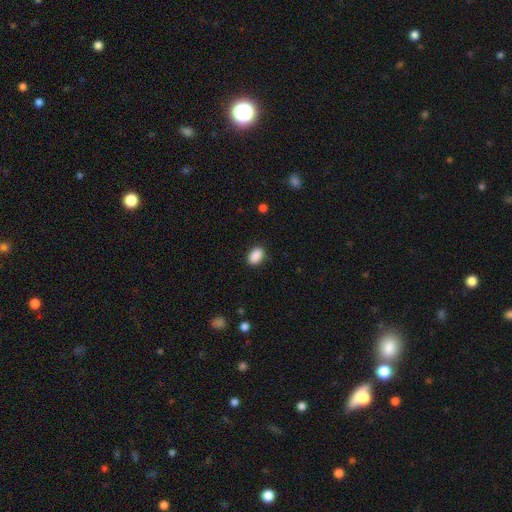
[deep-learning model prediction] Q: Smooth or featured?
A: smooth (90%); runner-up: star or artifact (8%)
Q: How rounded?
A: in between (87%); runner-up: round (12%)
Q: Merging?
A: none (87%); runner-up: minor disturbance (9%)